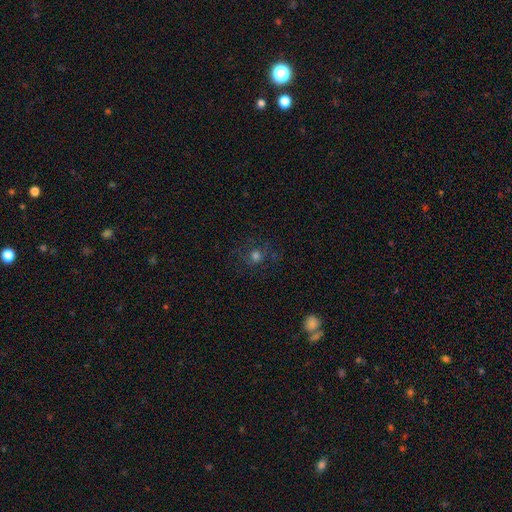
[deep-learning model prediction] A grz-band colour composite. It shows a smooth galaxy with no disk features (48%). Merging: none (79%).